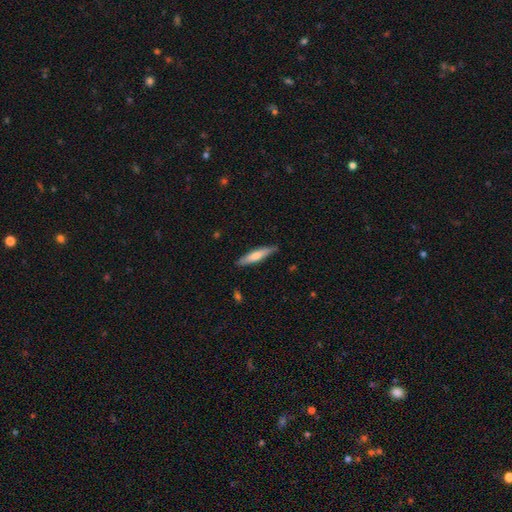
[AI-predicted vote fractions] Smooth or featured: smooth — 64% (featured or disk — 30%)
How rounded: cigar-shaped — 85% (in between — 14%)
Merging: none — 85% (minor disturbance — 12%)